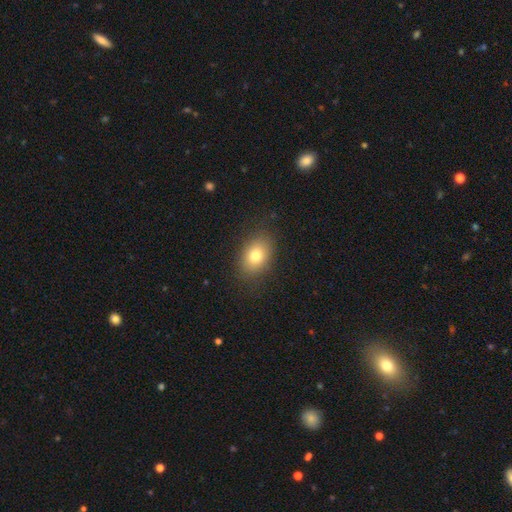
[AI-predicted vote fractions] smooth_or_featured: smooth (p=0.79) [alt: featured or disk p=0.11]
how_rounded: in between (p=0.76) [alt: round p=0.23]
merging: none (p=0.85) [alt: minor disturbance p=0.10]